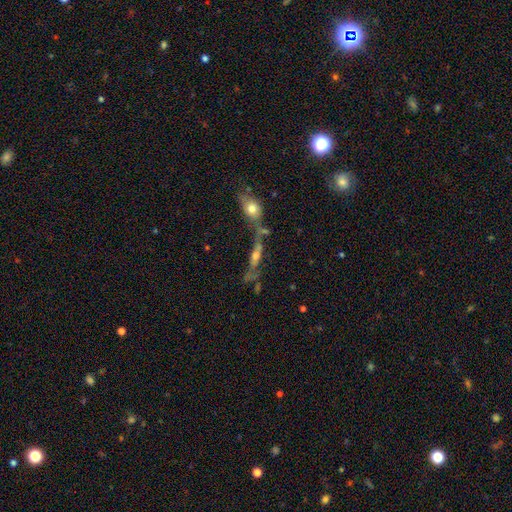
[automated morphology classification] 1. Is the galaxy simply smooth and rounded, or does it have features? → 57% featured or disk, 30% smooth, 13% star or artifact.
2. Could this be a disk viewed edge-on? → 63% yes, 37% no.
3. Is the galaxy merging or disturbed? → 42% merger, 34% none, 13% minor disturbance, 11% major disturbance.